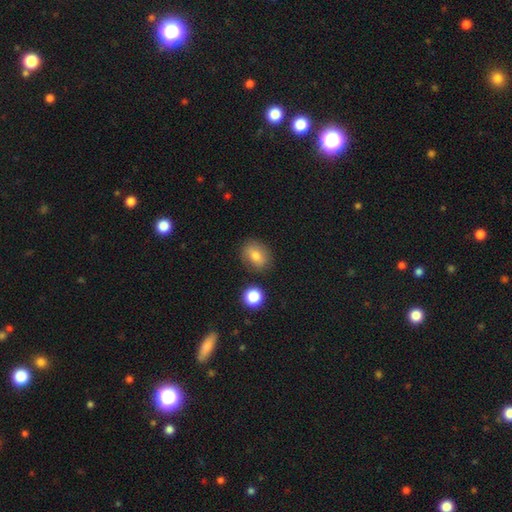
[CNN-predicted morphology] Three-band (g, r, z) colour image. It shows a smooth galaxy with no disk features (78%) that is in between round and cigar-shaped (60%). Merging: none (80%).